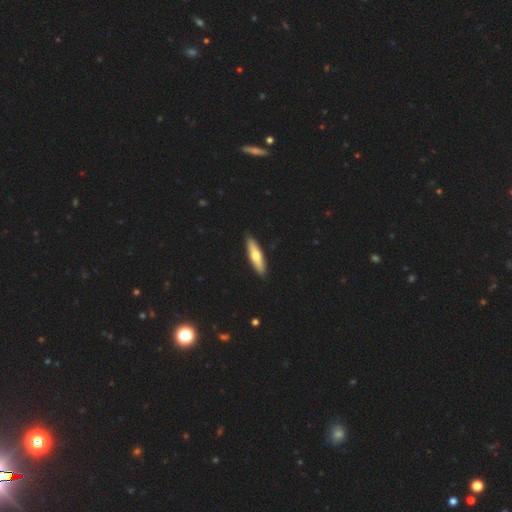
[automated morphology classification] Overall: smooth (58%; featured or disk 37%). How rounded: cigar-shaped (72%). Merging: none (91%).